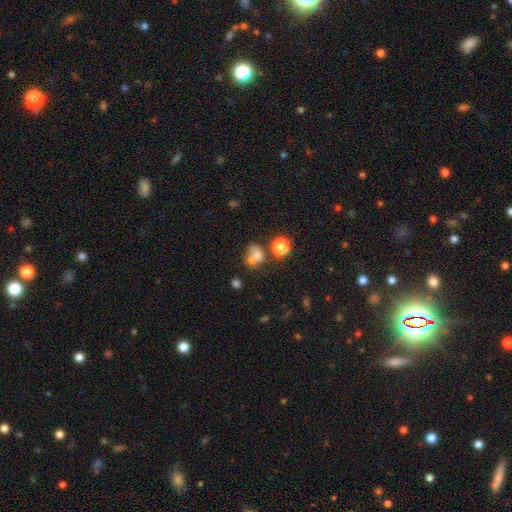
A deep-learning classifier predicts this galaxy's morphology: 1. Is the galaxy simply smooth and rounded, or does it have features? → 72% smooth, 16% star or artifact, 12% featured or disk.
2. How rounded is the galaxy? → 50% in between, 49% round, 1% cigar-shaped.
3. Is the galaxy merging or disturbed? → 36% none, 35% merger, 18% minor disturbance, 12% major disturbance.